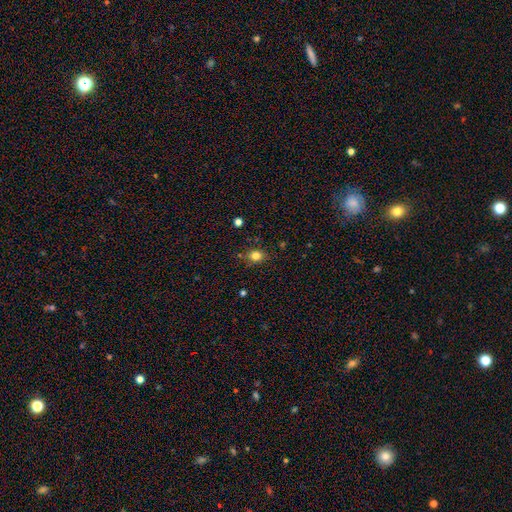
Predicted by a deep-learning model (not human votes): Smooth or featured?
  - smooth: 81% *
  - star or artifact: 12%
  - featured or disk: 7%
How rounded?
  - round: 52% *
  - in between: 47%
  - cigar-shaped: 1%
Merging?
  - none: 81% *
  - minor disturbance: 13%
  - major disturbance: 3%
  - merger: 3%